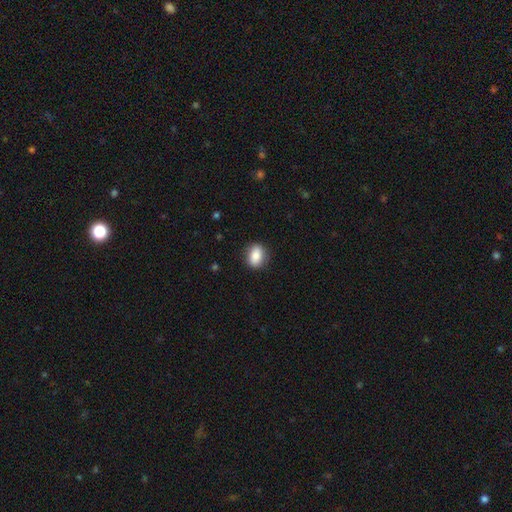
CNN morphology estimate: smooth 83%, featured or disk 10%, star or artifact 8%. Down the decision tree: how rounded — in between (68%); merging — none (85%).